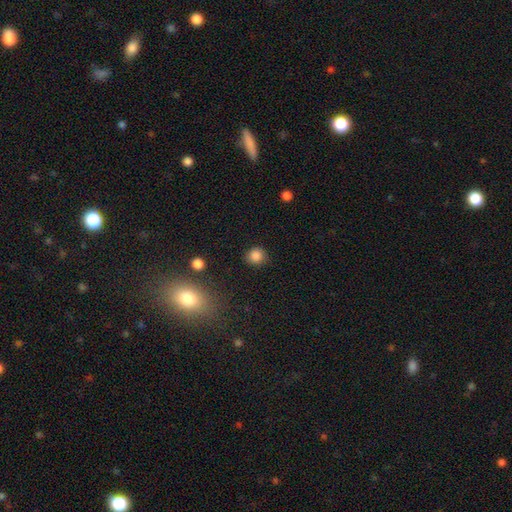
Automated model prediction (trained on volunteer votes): Smooth or featured?
  - smooth: 84% *
  - star or artifact: 12%
  - featured or disk: 4%
How rounded?
  - round: 88% *
  - in between: 11%
  - cigar-shaped: 1%
Merging?
  - none: 84% *
  - minor disturbance: 11%
  - major disturbance: 3%
  - merger: 2%